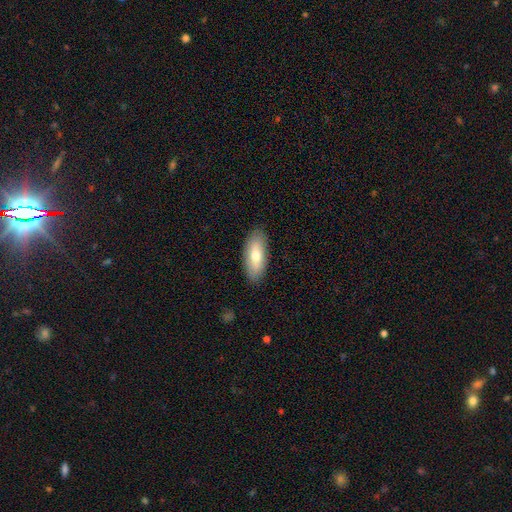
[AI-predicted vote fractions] Morphology: type=smooth (71%); roundness=in between (81%); merging=none (88%).